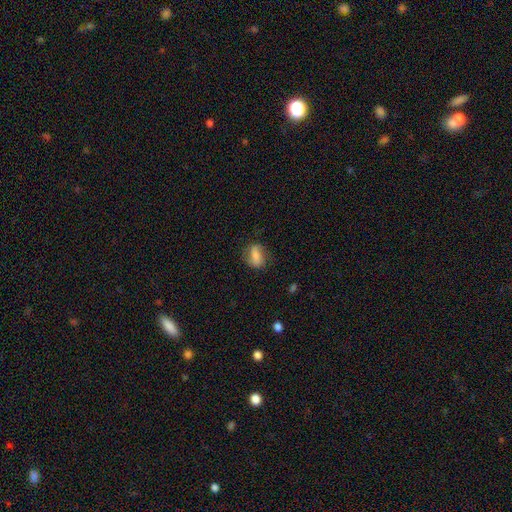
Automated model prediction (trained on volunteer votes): The model was most divided on "merging": none: 67%, minor disturbance: 22%, major disturbance: 9%, merger: 2%. More confident: how rounded — in between (73%); smooth or featured — smooth (68%).